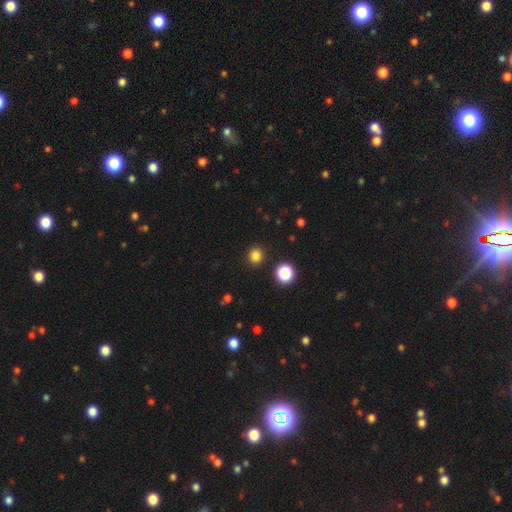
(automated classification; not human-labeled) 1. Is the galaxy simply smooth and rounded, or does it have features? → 82% smooth, 14% star or artifact, 3% featured or disk.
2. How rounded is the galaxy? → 90% round, 10% in between, 1% cigar-shaped.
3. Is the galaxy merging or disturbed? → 91% none, 5% minor disturbance, 2% major disturbance, 2% merger.